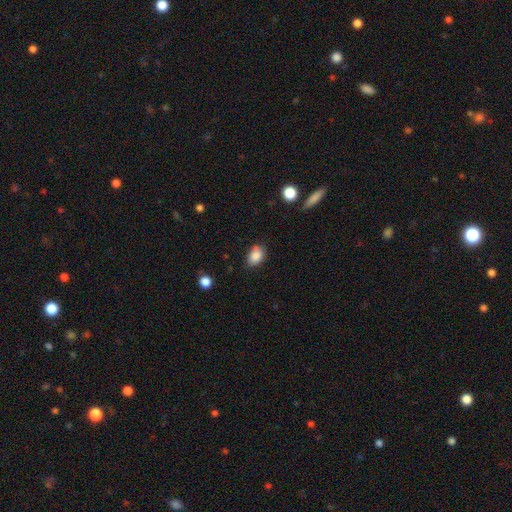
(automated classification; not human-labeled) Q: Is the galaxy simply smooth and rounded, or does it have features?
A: smooth — 86%.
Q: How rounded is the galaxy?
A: in between — 80%.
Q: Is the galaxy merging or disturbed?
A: none — 75%.